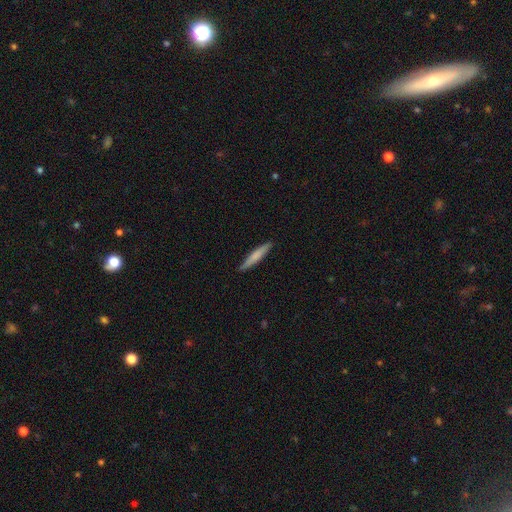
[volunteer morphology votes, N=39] smooth_or_featured: smooth (p=0.67) [alt: featured or disk p=0.28]
how_rounded: cigar-shaped (p=0.96) [alt: round p=0.04]
merging: none (p=0.81) [alt: minor disturbance p=0.16]